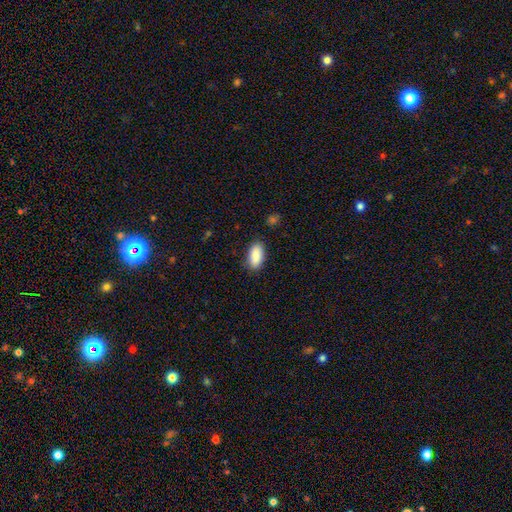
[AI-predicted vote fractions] smooth 90%, star or artifact 6%, featured or disk 3%. Down the decision tree: how rounded — in between (92%); merging — none (85%).